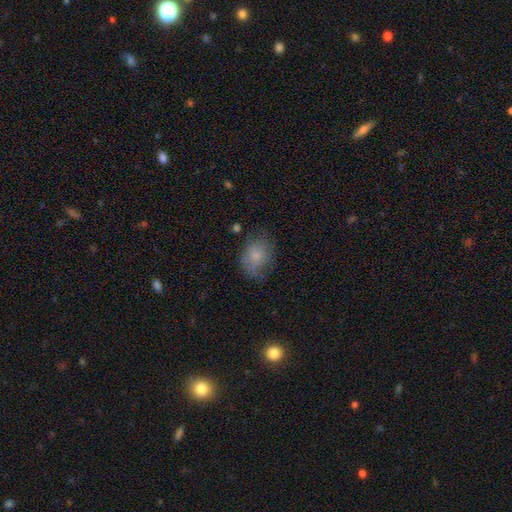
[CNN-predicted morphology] This appears to be a smooth galaxy with no disk features (76%) that is in between round and cigar-shaped (62%). Merging: none (57%).